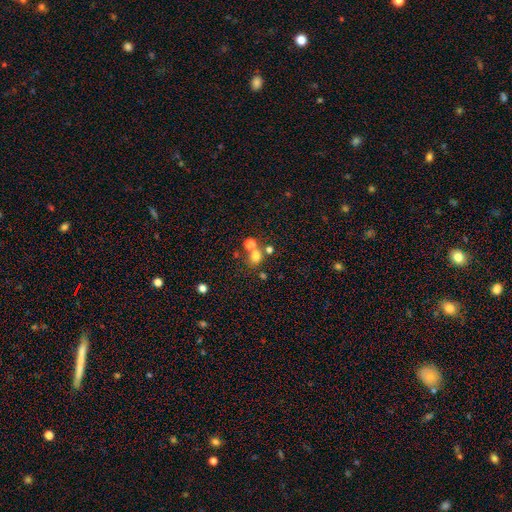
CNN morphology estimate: Smooth or featured?
  - smooth: 71% *
  - star or artifact: 18%
  - featured or disk: 11%
How rounded?
  - round: 73% *
  - in between: 26%
  - cigar-shaped: 1%
Merging?
  - none: 47% *
  - merger: 40%
  - minor disturbance: 8%
  - major disturbance: 5%